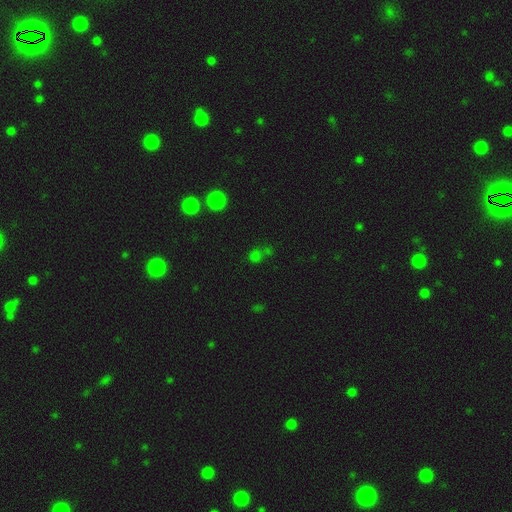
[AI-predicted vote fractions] Smooth or featured?
  - smooth: 51% *
  - star or artifact: 40%
  - featured or disk: 9%
How rounded?
  - round: 66% *
  - in between: 31%
  - cigar-shaped: 2%
Merging?
  - none: 53% *
  - merger: 21%
  - minor disturbance: 15%
  - major disturbance: 11%